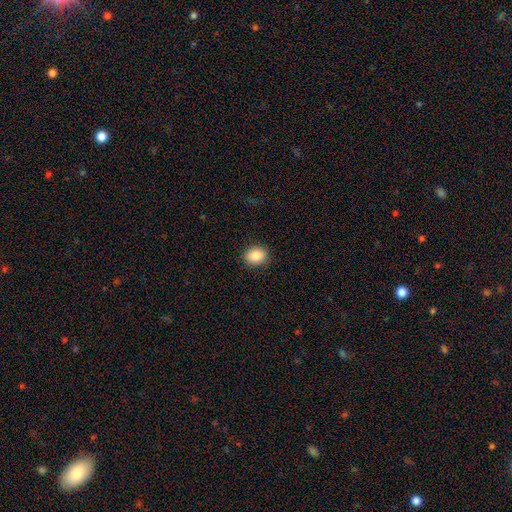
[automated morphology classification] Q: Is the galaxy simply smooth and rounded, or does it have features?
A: smooth — 86%.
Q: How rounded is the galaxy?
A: round — 52%.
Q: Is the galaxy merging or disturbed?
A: none — 90%.